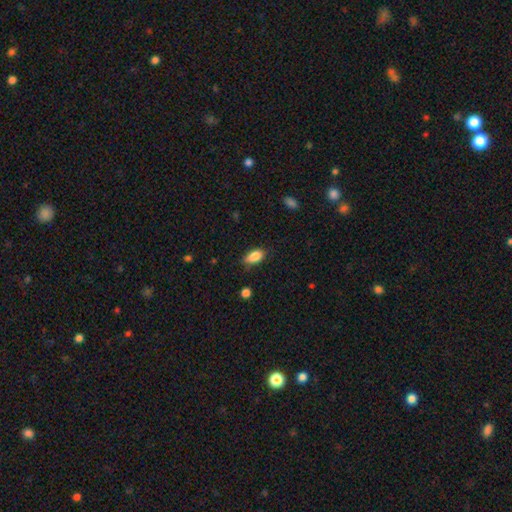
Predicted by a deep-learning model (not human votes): A smooth galaxy with no disk features (86%) that is in between round and cigar-shaped (89%). Merging: none (78%).